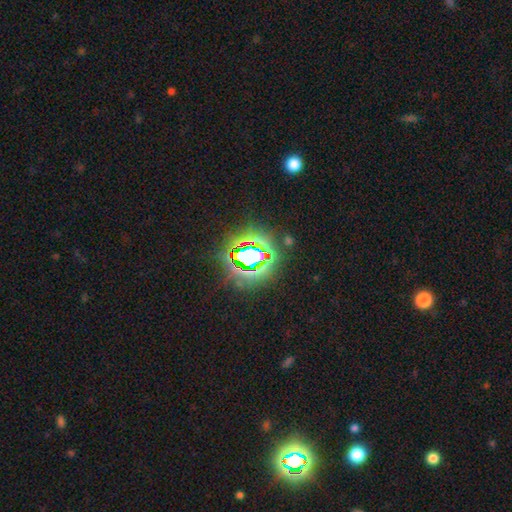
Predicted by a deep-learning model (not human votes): smooth-or-featured: star or artifact: 83% | smooth: 11% | featured or disk: 7%